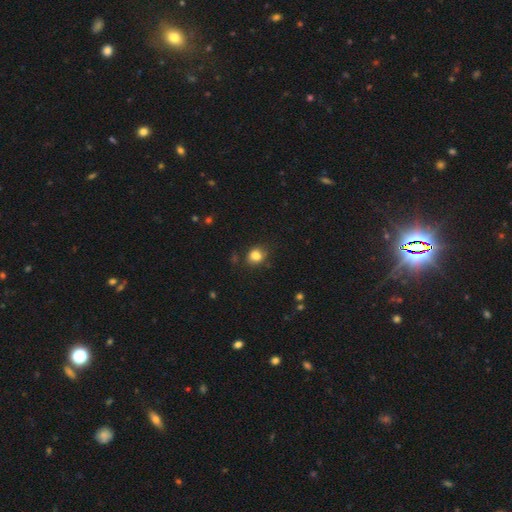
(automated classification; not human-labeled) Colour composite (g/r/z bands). It shows a smooth galaxy with no disk features (82%) that is round (60%). Merging: none (69%).